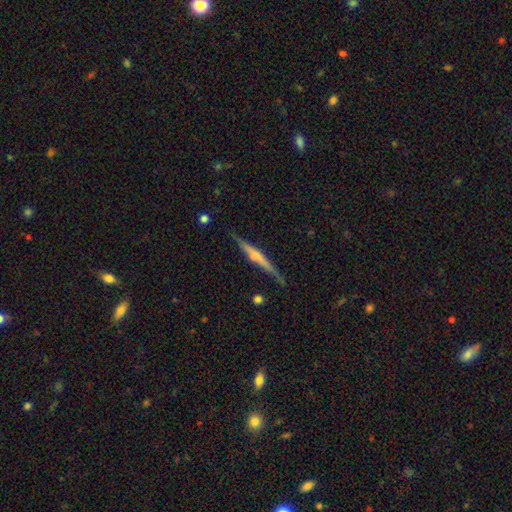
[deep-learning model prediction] A featured or disk galaxy (67%) viewed edge-on (97%) with a rounded central bulge (52%). Merging: none (82%).